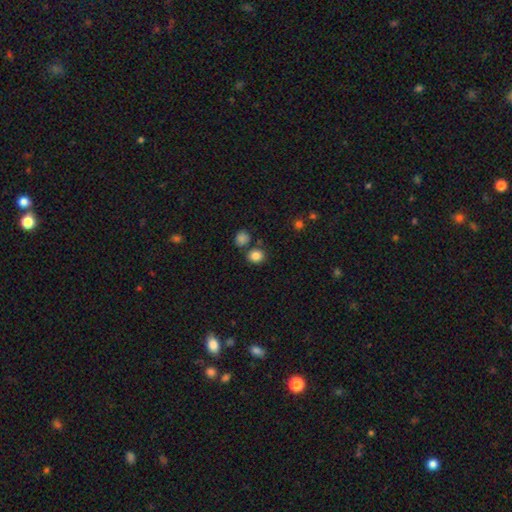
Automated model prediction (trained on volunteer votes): Smooth or featured: smooth — 85% (star or artifact — 11%)
How rounded: round — 70% (in between — 29%)
Merging: none — 73% (merger — 13%)